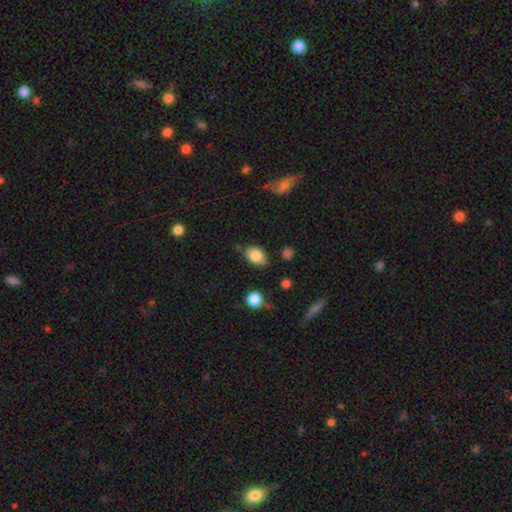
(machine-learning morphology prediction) Smooth or featured: smooth — 83% (featured or disk — 9%)
How rounded: in between — 84% (round — 15%)
Merging: none — 74% (minor disturbance — 19%)